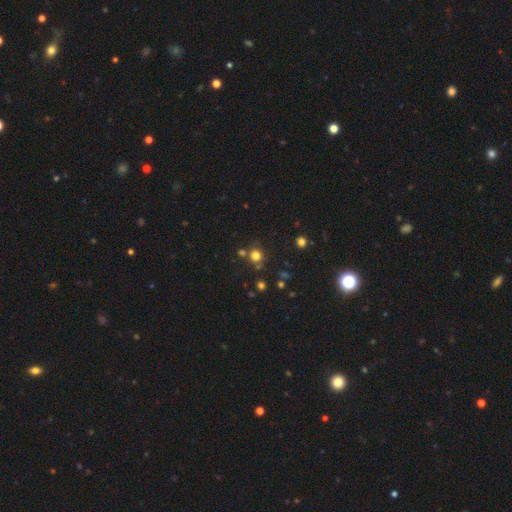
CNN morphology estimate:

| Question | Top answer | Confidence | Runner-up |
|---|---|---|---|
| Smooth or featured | smooth | 74% | star or artifact (20%) |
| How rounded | round | 91% | in between (8%) |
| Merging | none | 75% | merger (12%) |